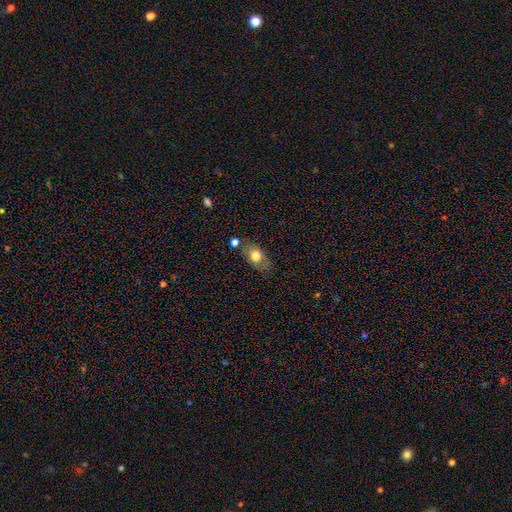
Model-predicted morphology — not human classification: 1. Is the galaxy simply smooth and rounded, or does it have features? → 74% smooth, 18% featured or disk, 9% star or artifact.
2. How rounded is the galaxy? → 80% in between, 17% round, 3% cigar-shaped.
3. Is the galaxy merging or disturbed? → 70% none, 18% minor disturbance, 6% merger, 5% major disturbance.